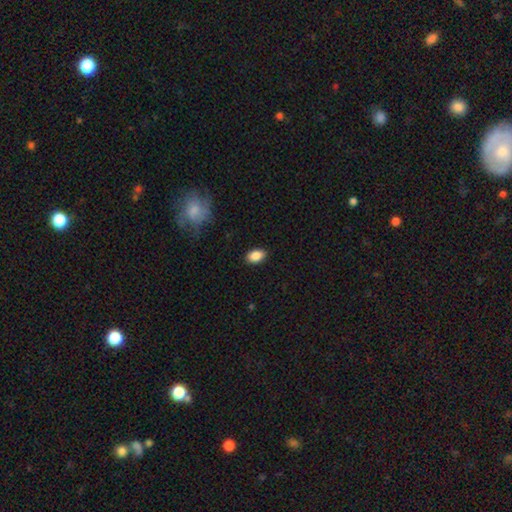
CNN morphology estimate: This appears to be a smooth galaxy with no disk features (88%) that is in between round and cigar-shaped (89%). Merging: none (87%).